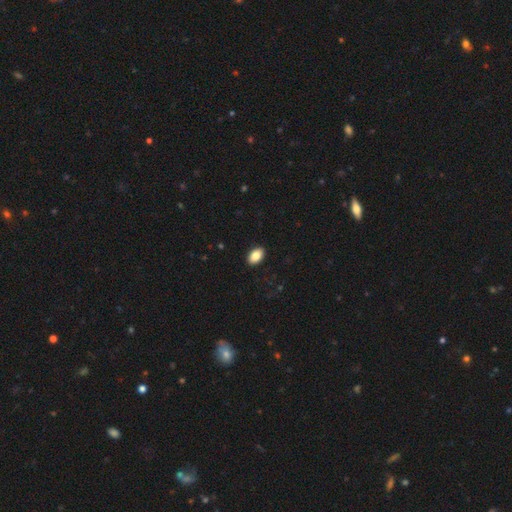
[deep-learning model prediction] The model was most divided on "smooth or featured": smooth: 86%, star or artifact: 8%, featured or disk: 6%. More confident: how rounded — in between (91%); merging — none (90%).